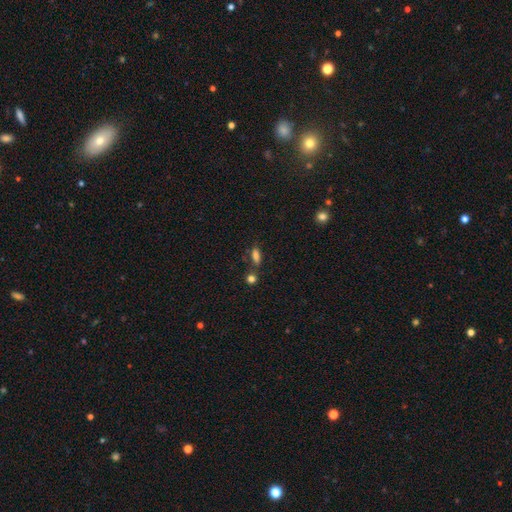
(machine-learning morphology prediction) smooth_or_featured: smooth (p=0.77) [alt: star or artifact p=0.14]
how_rounded: in between (p=0.66) [alt: cigar-shaped p=0.27]
merging: none (p=0.65) [alt: minor disturbance p=0.16]